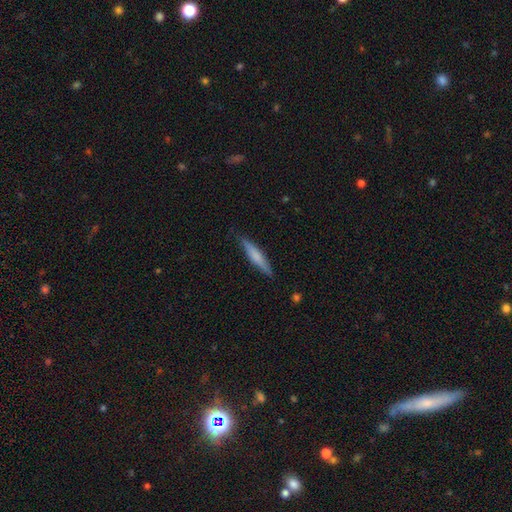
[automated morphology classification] smooth 62%, featured or disk 33%, star or artifact 6%. Down the decision tree: how rounded — cigar-shaped (89%); merging — none (85%).